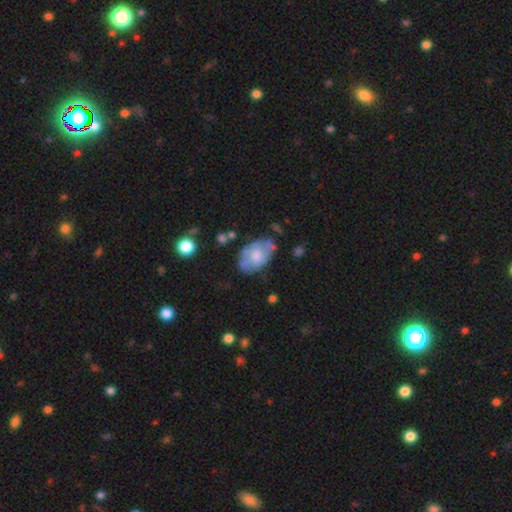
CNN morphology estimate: A featured or disk galaxy (47%). Merging: none (54%).